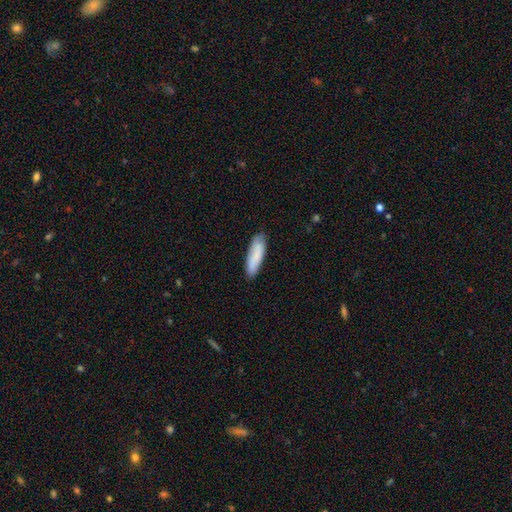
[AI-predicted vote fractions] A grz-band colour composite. It shows a smooth galaxy with no disk features (81%) that is cigar-shaped (55%). Merging: none (80%).